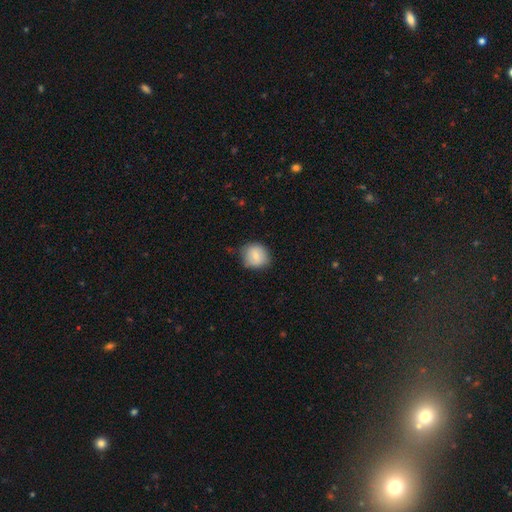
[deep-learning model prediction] Overall: smooth (78%). How rounded: round (83%). Merging: none (76%).